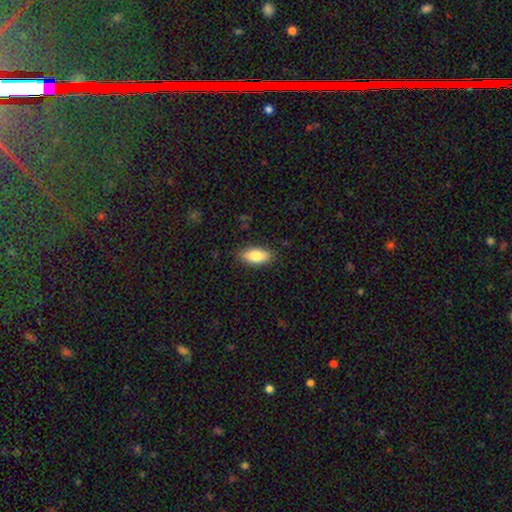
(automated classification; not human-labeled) Overall: smooth (81%). How rounded: in between (86%). Merging: none (85%).